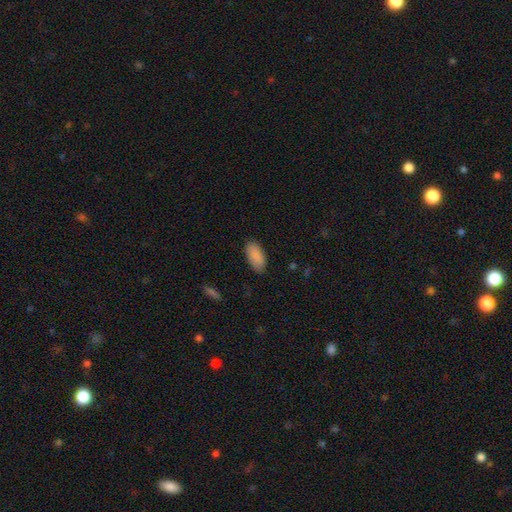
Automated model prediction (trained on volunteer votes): A smooth galaxy with no disk features (90%) that is in between round and cigar-shaped (91%). Merging: none (86%).